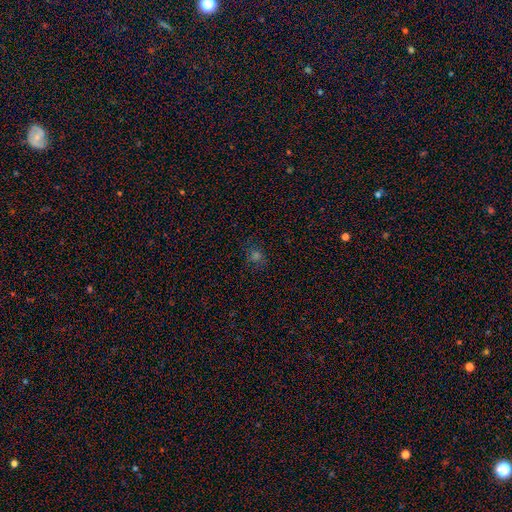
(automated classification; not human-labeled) smooth_or_featured: smooth (p=0.56) [alt: star or artifact p=0.33]
how_rounded: round (p=0.74) [alt: in between p=0.25]
merging: none (p=0.81) [alt: minor disturbance p=0.13]